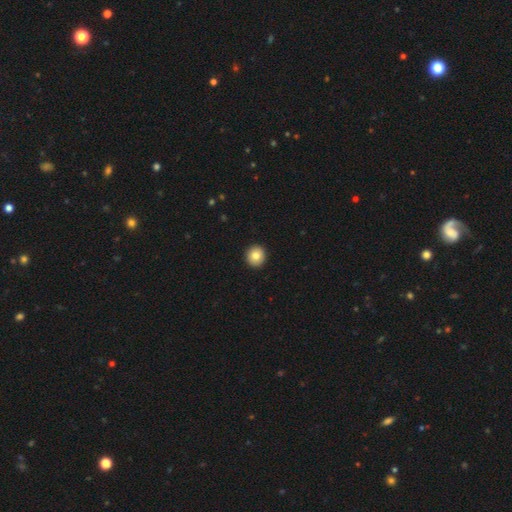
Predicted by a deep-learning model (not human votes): Smooth or featured?
  - smooth: 83% *
  - featured or disk: 8%
  - star or artifact: 8%
How rounded?
  - round: 94% *
  - in between: 5%
  - cigar-shaped: 1%
Merging?
  - none: 94% *
  - minor disturbance: 4%
  - major disturbance: 1%
  - merger: 1%